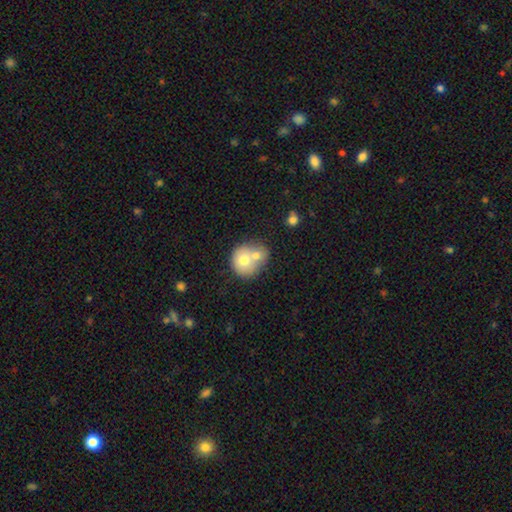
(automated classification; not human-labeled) Smooth or featured?
  - smooth: 66% *
  - featured or disk: 26%
  - star or artifact: 8%
How rounded?
  - round: 77% *
  - in between: 22%
  - cigar-shaped: 1%
Merging?
  - merger: 64% *
  - none: 25%
  - minor disturbance: 8%
  - major disturbance: 3%